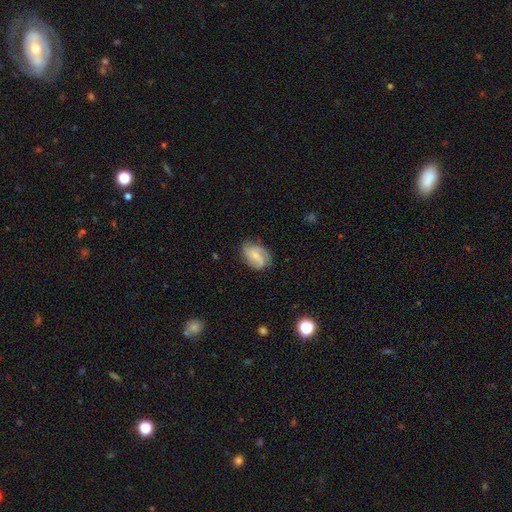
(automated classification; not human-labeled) The model was most divided on "bar": weak: 46%, no: 37%, strong: 17%. Remaining: edge-on disk — no (97%); spiral arms — yes (92%); smooth or featured — featured or disk (67%); merging — none (64%); bulge size — small (58%); spiral arm count — 2 (48%); spiral winding — medium (43%).